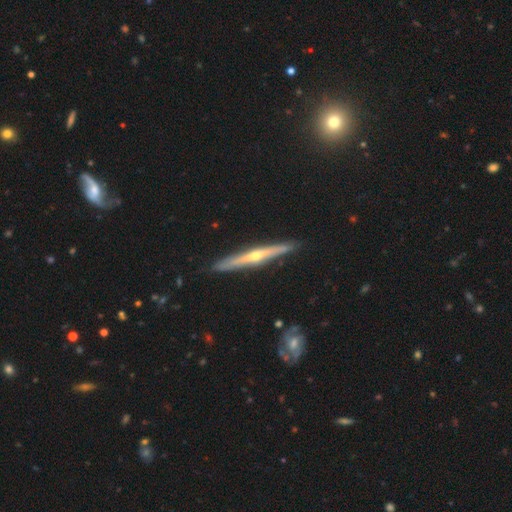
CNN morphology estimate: Q: Smooth or featured?
A: featured or disk (82%); runner-up: smooth (13%)
Q: Edge-on disk?
A: yes (97%); runner-up: no (3%)
Q: Edge-on bulge?
A: rounded (85%); runner-up: none (12%)
Q: Merging?
A: none (90%); runner-up: minor disturbance (7%)